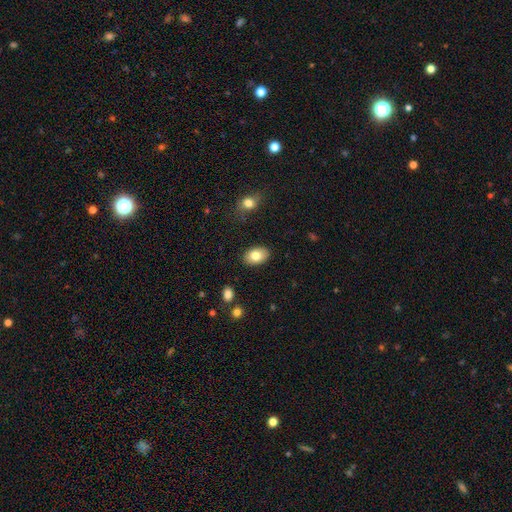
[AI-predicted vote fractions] Overall: smooth (80%). How rounded: in between (90%). Merging: none (87%).